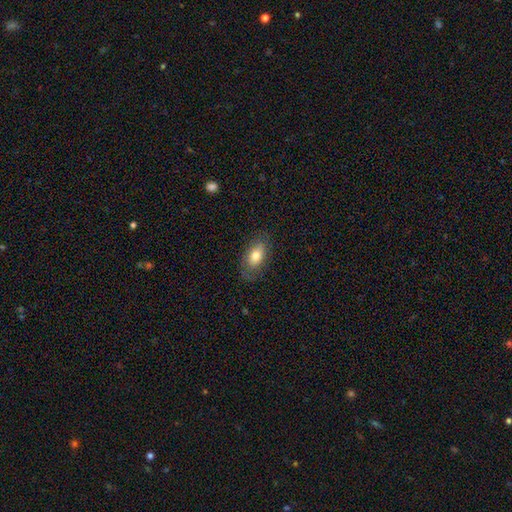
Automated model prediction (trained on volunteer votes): smooth-or-featured: smooth: 73% | featured or disk: 20% | star or artifact: 8%
  how-rounded: in between: 89% | round: 7% | cigar-shaped: 4%
  merging: none: 76% | minor disturbance: 17% | major disturbance: 5% | merger: 1%